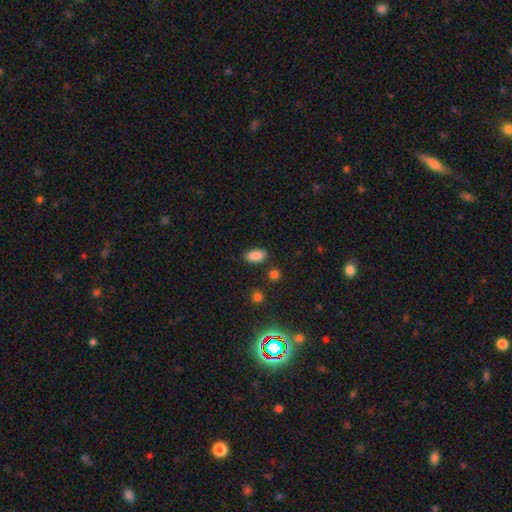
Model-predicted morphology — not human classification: Smooth or featured? Predicted: smooth (p=0.87). How rounded? Predicted: in between (p=0.92). Merging? Predicted: none (p=0.81).